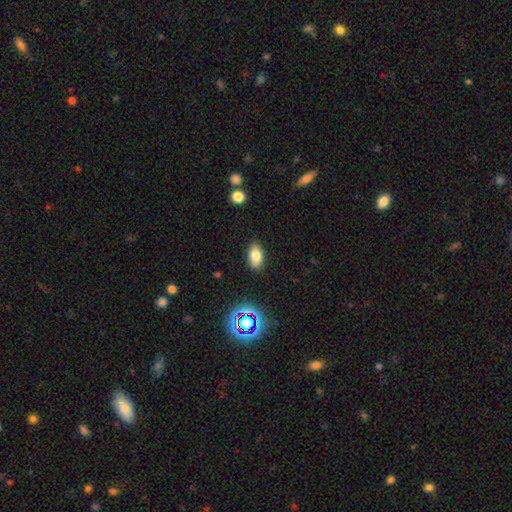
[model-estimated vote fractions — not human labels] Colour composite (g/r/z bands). It shows a smooth galaxy with no disk features (77%) that is in between round and cigar-shaped (91%). Merging: none (87%).